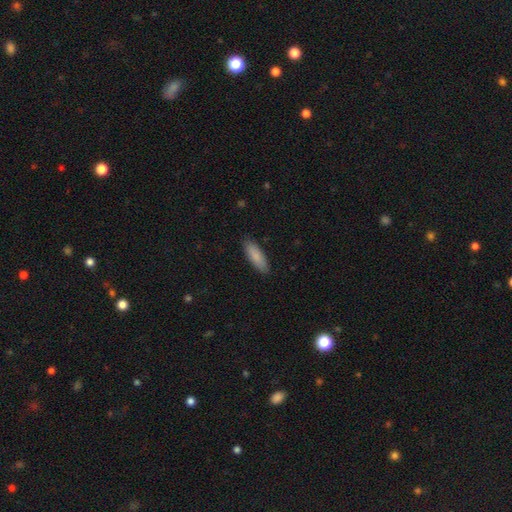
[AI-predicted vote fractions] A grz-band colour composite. It shows a smooth galaxy with no disk features (86%) that is in between round and cigar-shaped (58%). Merging: none (87%).